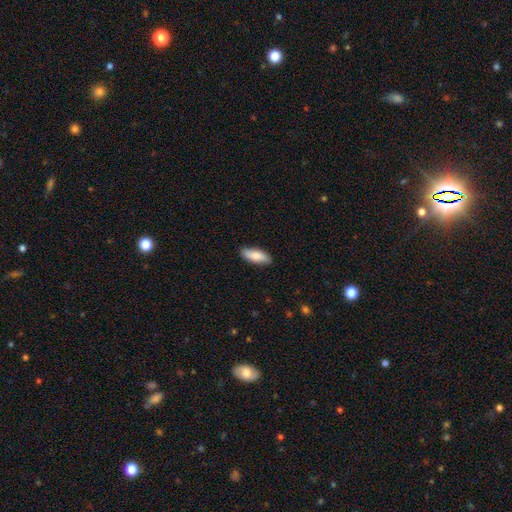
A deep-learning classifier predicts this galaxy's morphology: smooth 82%, featured or disk 13%, star or artifact 5%. Down the decision tree: how rounded — in between (67%); merging — none (87%).